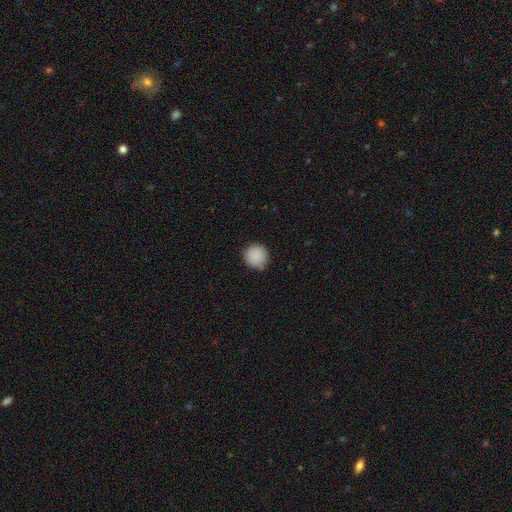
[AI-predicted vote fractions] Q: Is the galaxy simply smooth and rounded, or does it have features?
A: smooth — 89%.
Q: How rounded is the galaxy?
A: round — 94%.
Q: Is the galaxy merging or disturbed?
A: none — 84%.